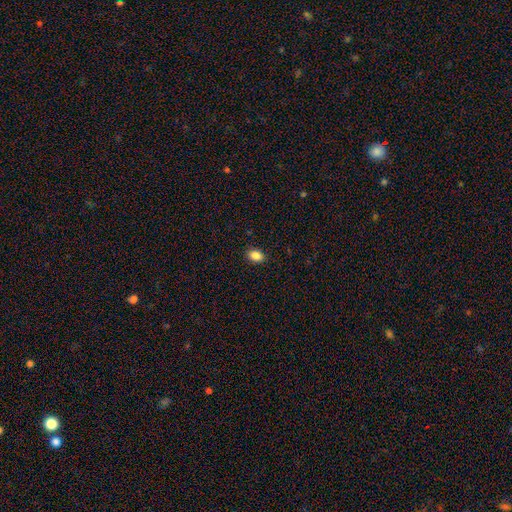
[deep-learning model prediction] Overall: smooth (87%). How rounded: in between (73%). Merging: none (90%).